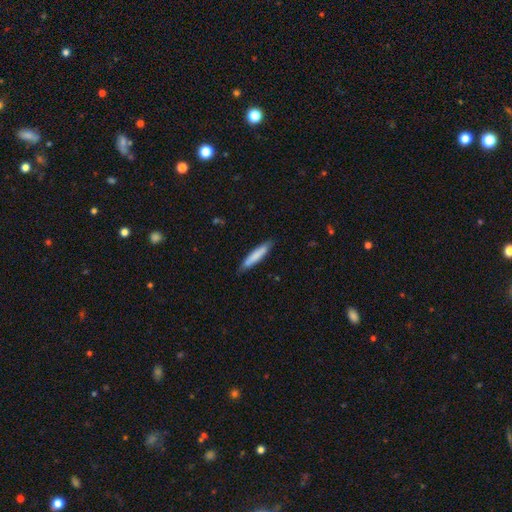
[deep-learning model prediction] A smooth galaxy with no disk features (79%) that is cigar-shaped (90%).

Vote fractions:
- Smooth or featured? smooth: 79% / featured or disk: 16% / star or artifact: 5%
- How rounded? cigar-shaped: 90% / in between: 9% / round: 1%
- Merging? none: 85% / minor disturbance: 12% / major disturbance: 2% / merger: 1%